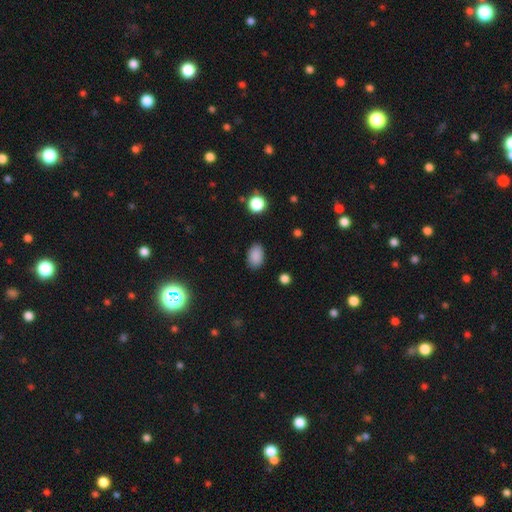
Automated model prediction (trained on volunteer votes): Overall: smooth (88%). How rounded: in between (86%). Merging: none (86%).